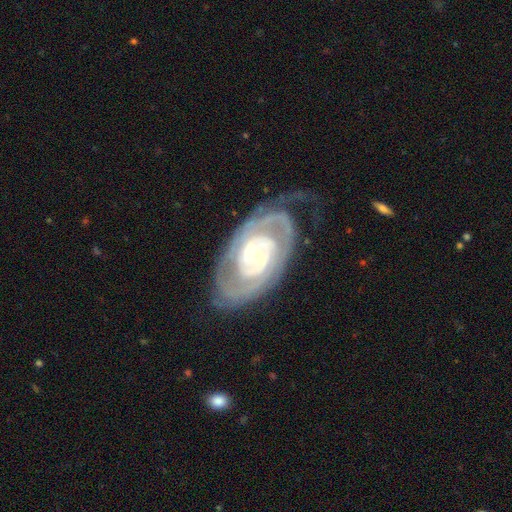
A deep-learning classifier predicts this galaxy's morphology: smooth-or-featured: featured or disk: 87% | smooth: 8% | star or artifact: 5%
  disk-edge-on: no: 95% | yes: 5%
    bar: no: 67% | weak: 23% | strong: 10%
    has-spiral-arms: yes: 90% | no: 10%
      spiral-winding: tight: 69% | medium: 24% | loose: 7%
      spiral-arm-count: 2: 47% | can't tell: 29% | 3: 10% | 1: 6% | 4: 5% | more than 4: 4%
    bulge-size: small: 56% | moderate: 38% | large: 3% | dominant: 1% | none: 1%
  merging: none: 64% | minor disturbance: 19% | major disturbance: 15% | merger: 2%